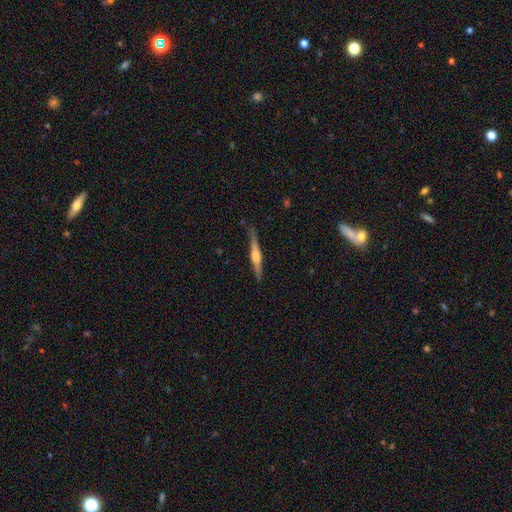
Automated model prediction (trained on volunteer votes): Overall: featured or disk (68%). Edge-on disk: yes (97%). Edge-on bulge: rounded (73%). Merging: none (84%).